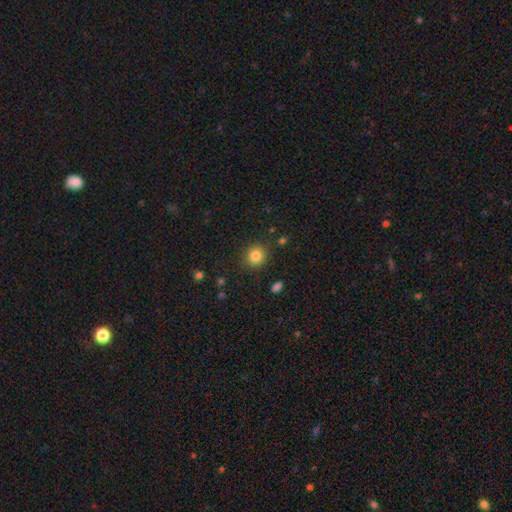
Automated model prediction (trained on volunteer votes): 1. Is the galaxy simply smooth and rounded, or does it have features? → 83% smooth, 12% star or artifact, 5% featured or disk.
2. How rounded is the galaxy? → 89% round, 10% in between, 1% cigar-shaped.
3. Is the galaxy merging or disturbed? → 88% none, 7% minor disturbance, 3% major disturbance, 2% merger.